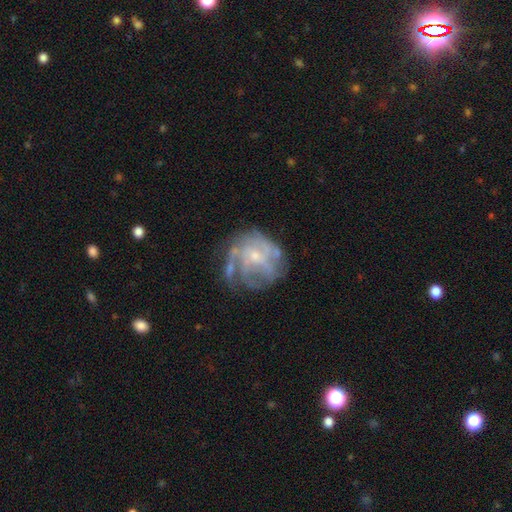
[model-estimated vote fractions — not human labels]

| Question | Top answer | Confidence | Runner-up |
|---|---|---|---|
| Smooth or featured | featured or disk | 74% | smooth (17%) |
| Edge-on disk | no | 98% | yes (2%) |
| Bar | no | 69% | weak (27%) |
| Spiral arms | yes | 70% | no (30%) |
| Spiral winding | tight | 45% | medium (35%) |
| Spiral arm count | can't tell | 49% | 3 (16%) |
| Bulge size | small | 62% | moderate (28%) |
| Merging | none | 51% | minor disturbance (22%) |